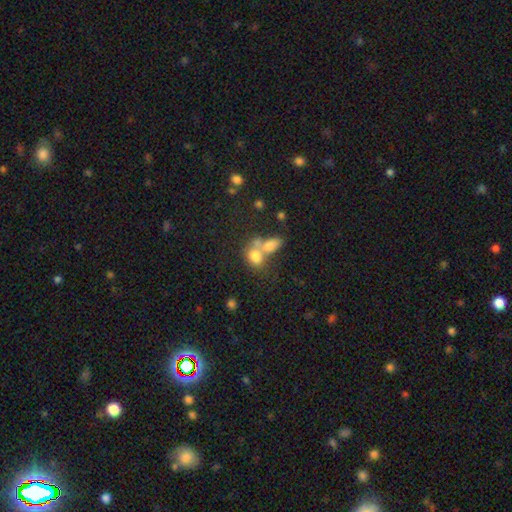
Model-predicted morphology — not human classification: A smooth galaxy with no disk features (73%) that is in between round and cigar-shaped (60%).

Vote fractions:
- Smooth or featured? smooth: 73% / featured or disk: 16% / star or artifact: 11%
- How rounded? in between: 60% / round: 38% / cigar-shaped: 2%
- Merging? merger: 57% / none: 28% / minor disturbance: 9% / major disturbance: 6%